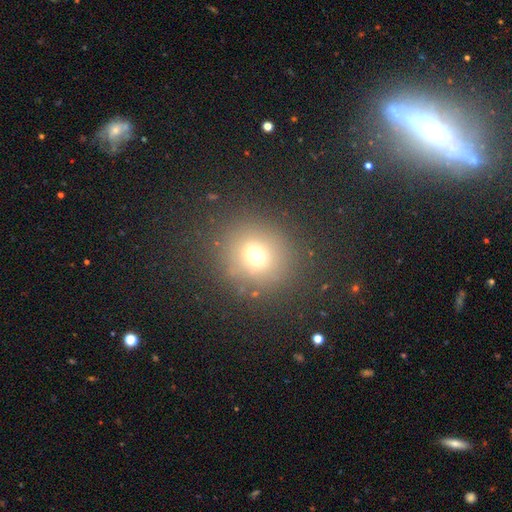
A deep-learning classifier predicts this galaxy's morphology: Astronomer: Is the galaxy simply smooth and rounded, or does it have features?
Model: smooth — 69%.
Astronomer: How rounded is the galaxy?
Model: round — 86%.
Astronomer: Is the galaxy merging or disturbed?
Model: none — 84%.